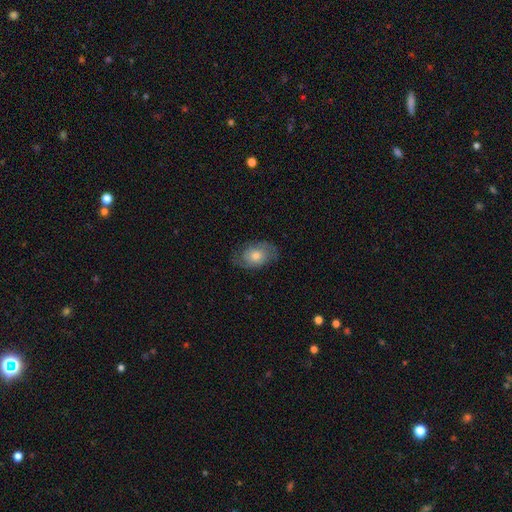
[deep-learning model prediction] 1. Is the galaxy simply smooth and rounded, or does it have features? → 51% featured or disk, 41% smooth, 8% star or artifact.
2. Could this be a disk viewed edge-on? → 94% no, 6% yes.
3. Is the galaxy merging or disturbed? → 72% none, 20% minor disturbance, 7% major disturbance, 1% merger.